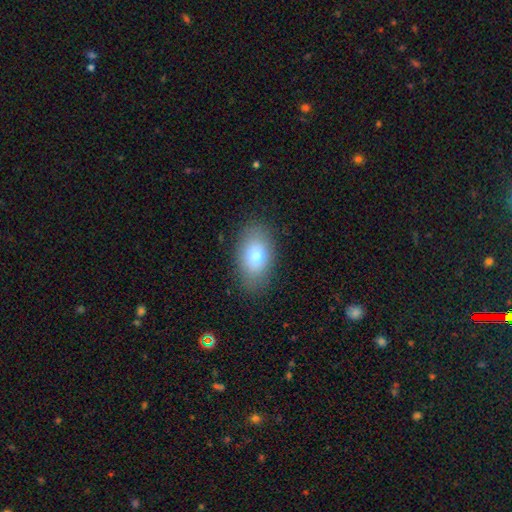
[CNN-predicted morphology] This appears to be a smooth galaxy with no disk features (78%) that is in between round and cigar-shaped (90%). Merging: none (85%).